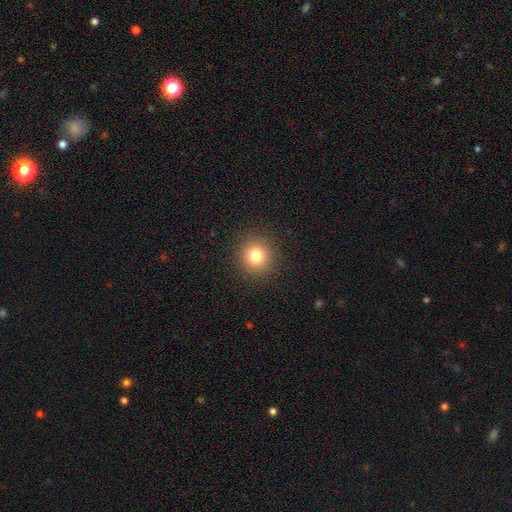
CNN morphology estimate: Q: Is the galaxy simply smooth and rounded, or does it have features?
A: smooth — 80%.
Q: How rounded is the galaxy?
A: round — 93%.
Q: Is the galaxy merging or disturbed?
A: none — 91%.